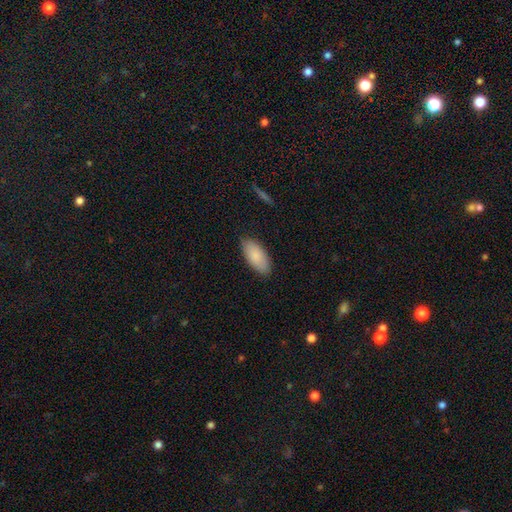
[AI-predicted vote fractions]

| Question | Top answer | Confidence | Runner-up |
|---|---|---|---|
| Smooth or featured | smooth | 86% | featured or disk (8%) |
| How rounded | in between | 91% | cigar-shaped (7%) |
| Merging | none | 84% | minor disturbance (13%) |